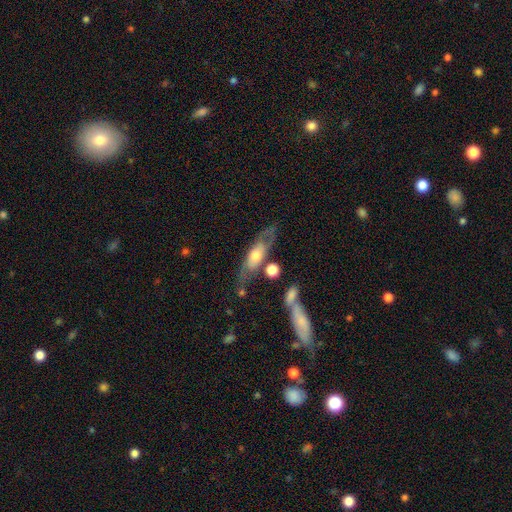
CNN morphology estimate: Smooth or featured: featured or disk — 53% (smooth — 40%)
Edge-on disk: no — 61% (yes — 39%)
Merging: none — 60% (minor disturbance — 19%)